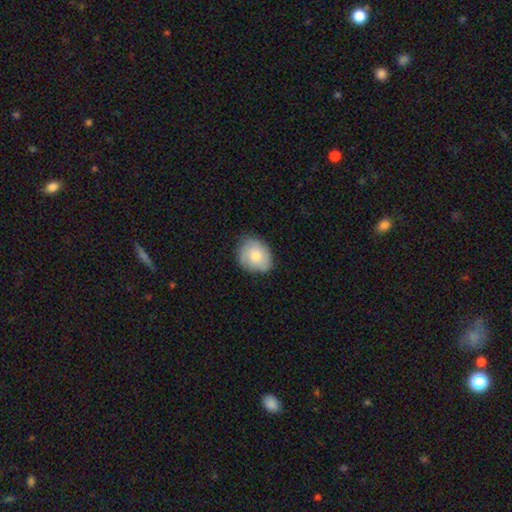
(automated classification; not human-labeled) smooth_or_featured: smooth (p=0.72) [alt: featured or disk p=0.22]
how_rounded: round (p=0.54) [alt: in between p=0.45]
merging: none (p=0.71) [alt: minor disturbance p=0.24]